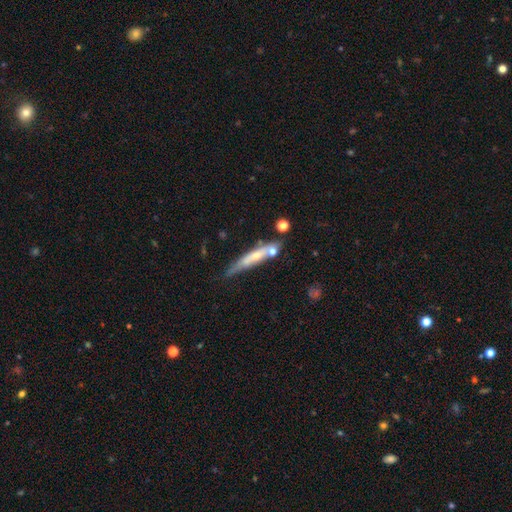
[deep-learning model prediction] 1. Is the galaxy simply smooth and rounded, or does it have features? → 52% featured or disk, 40% smooth, 8% star or artifact.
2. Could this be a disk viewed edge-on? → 77% yes, 23% no.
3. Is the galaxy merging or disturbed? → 57% none, 22% minor disturbance, 15% merger, 7% major disturbance.